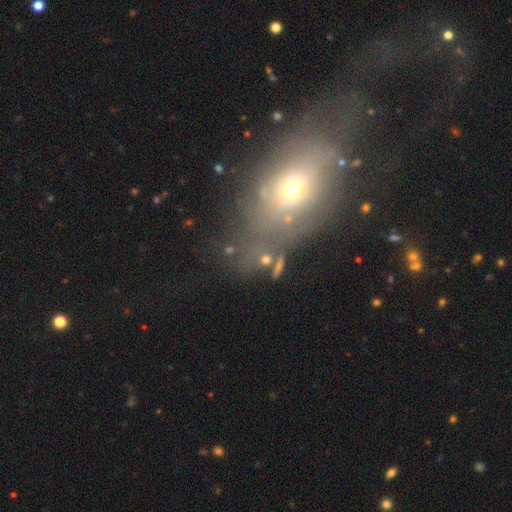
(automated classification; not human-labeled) Smooth or featured? smooth (46%)
Merging? none (53%)